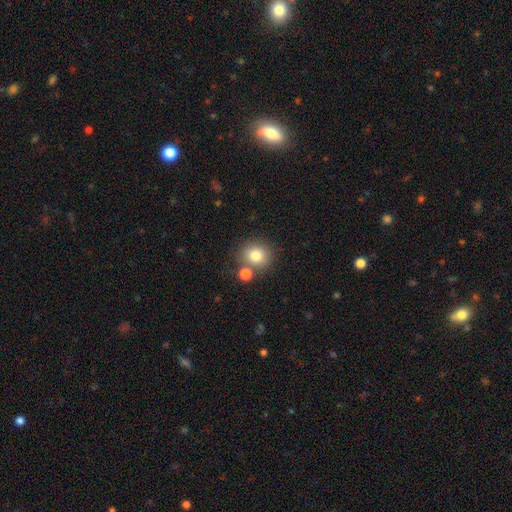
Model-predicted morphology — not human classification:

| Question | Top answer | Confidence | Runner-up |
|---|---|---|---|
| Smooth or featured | smooth | 80% | star or artifact (11%) |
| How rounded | round | 84% | in between (15%) |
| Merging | none | 71% | merger (17%) |